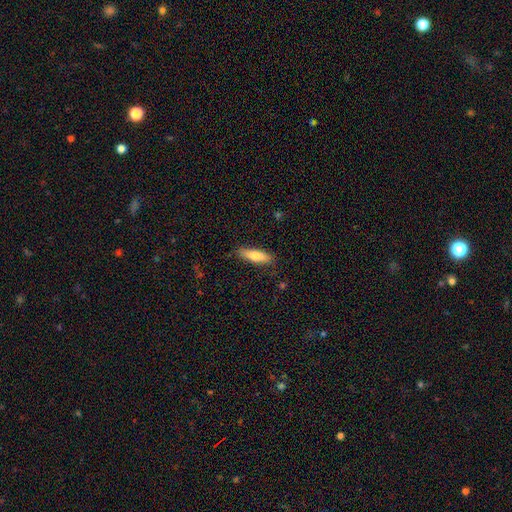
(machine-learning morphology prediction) smooth_or_featured: smooth (p=0.77) [alt: featured or disk p=0.17]
how_rounded: cigar-shaped (p=0.58) [alt: in between p=0.40]
merging: none (p=0.84) [alt: minor disturbance p=0.12]